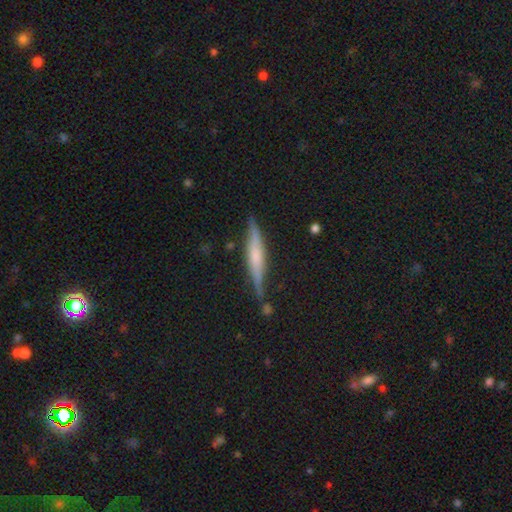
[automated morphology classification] Smooth or featured? Predicted: featured or disk (p=0.57). Edge-on disk? Predicted: yes (p=0.95). Edge-on bulge? Predicted: rounded (p=0.48). Merging? Predicted: none (p=0.77).